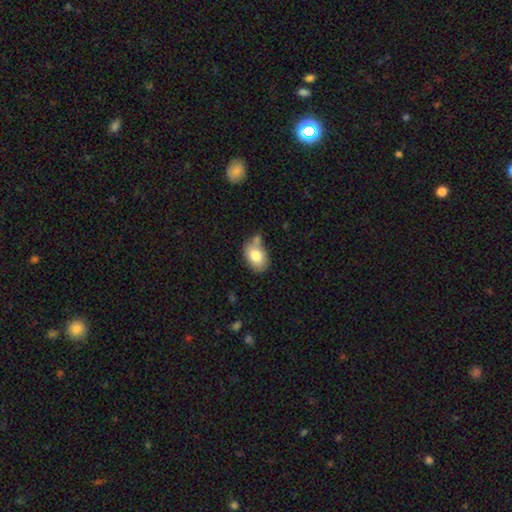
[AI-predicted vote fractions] A smooth galaxy with no disk features (79%) that is in between round and cigar-shaped (84%). Merging: none (55%).